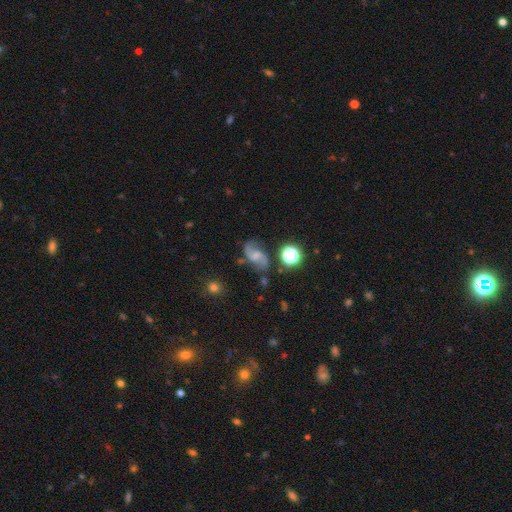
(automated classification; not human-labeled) Morphology: type=featured or disk (73%); edge-on=no (97%); bar=weak (49%); spiral arms=yes (94%); winding=loose (61%); arm count=2 (91%); bulge=small (39%); merging=none (69%).